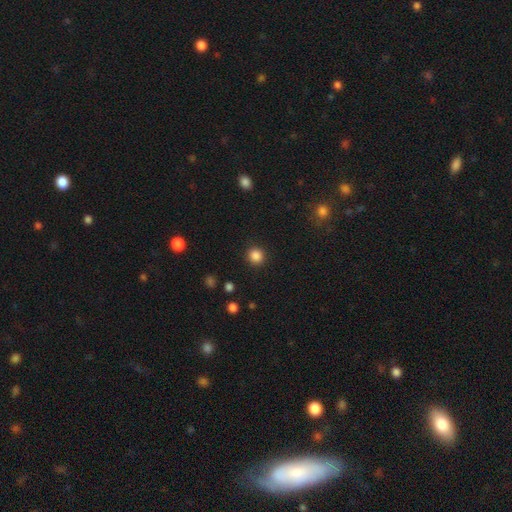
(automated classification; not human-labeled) smooth_or_featured: smooth (p=0.86) [alt: star or artifact p=0.11]
how_rounded: round (p=0.92) [alt: in between p=0.07]
merging: none (p=0.91) [alt: minor disturbance p=0.05]